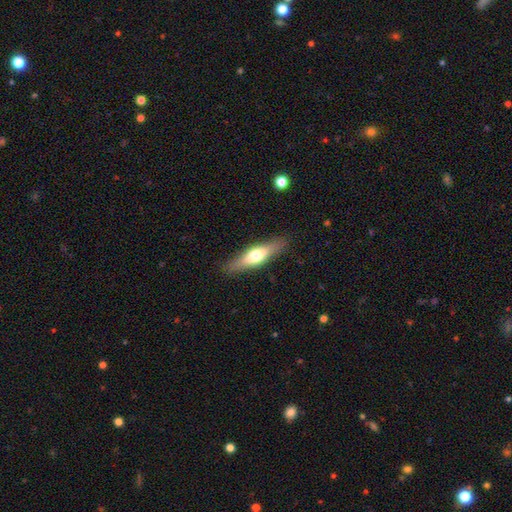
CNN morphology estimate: Smooth or featured? Predicted: smooth (p=0.49). Merging? Predicted: none (p=0.87).